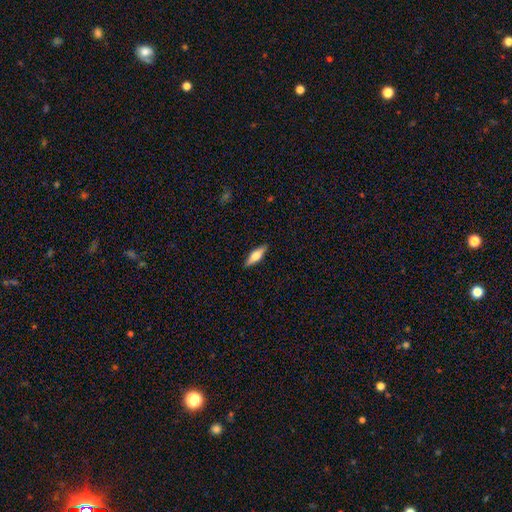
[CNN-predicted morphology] A smooth galaxy with no disk features (54%) that is cigar-shaped (54%).

Vote fractions:
- Smooth or featured? smooth: 54% / featured or disk: 40% / star or artifact: 6%
- How rounded? cigar-shaped: 54% / in between: 44% / round: 2%
- Merging? none: 89% / minor disturbance: 8% / major disturbance: 2% / merger: 1%